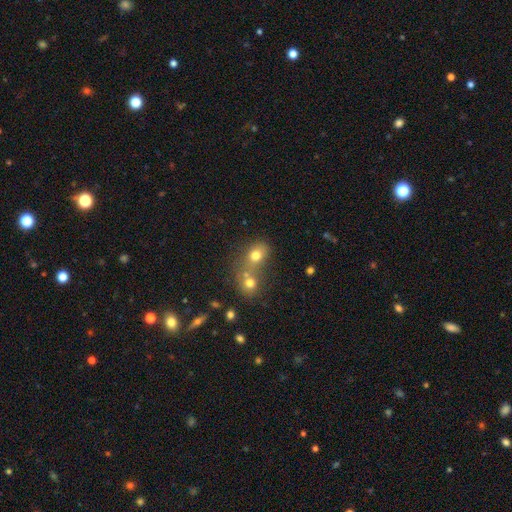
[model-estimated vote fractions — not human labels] The model was most divided on "how rounded": round: 50%, in between: 48%, cigar-shaped: 1%. Remaining: smooth or featured — smooth (73%); merging — merger (48%).